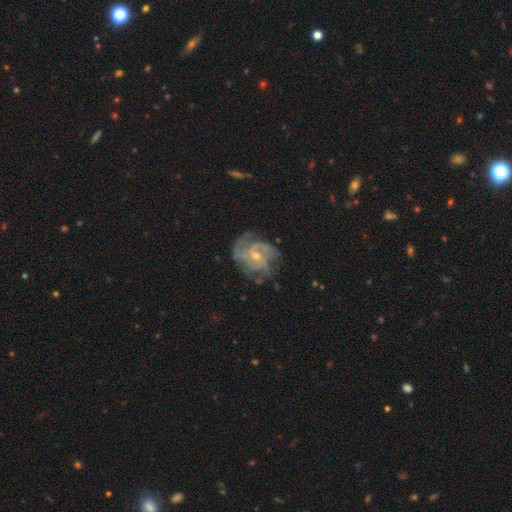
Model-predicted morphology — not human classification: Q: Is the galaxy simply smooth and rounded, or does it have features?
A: featured or disk — 85%.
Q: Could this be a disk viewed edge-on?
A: no — 97%.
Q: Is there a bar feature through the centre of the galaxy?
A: no — 54%.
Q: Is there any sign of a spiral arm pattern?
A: yes — 95%.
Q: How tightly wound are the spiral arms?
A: tight — 49%.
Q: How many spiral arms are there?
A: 3 — 30%.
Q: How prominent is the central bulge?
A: small — 58%.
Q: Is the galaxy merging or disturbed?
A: none — 70%.